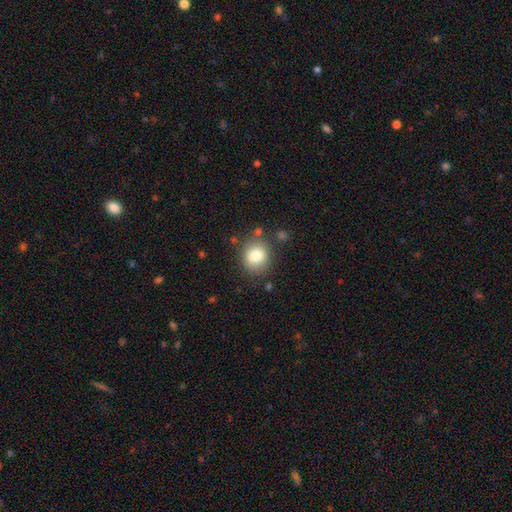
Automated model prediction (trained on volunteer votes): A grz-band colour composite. It shows a smooth galaxy with no disk features (81%) that is round (79%). Merging: none (79%).